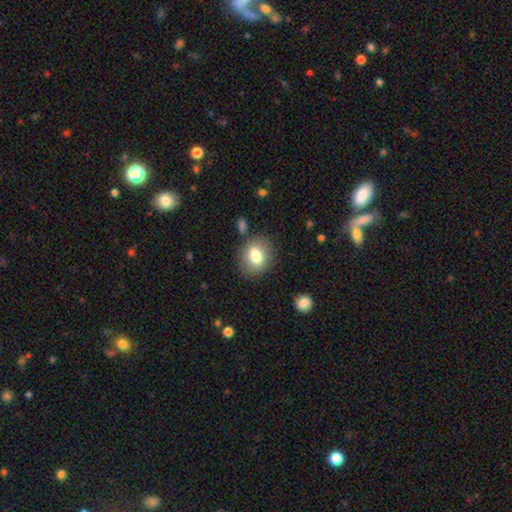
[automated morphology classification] A smooth galaxy with no disk features (77%) that is round (53%).

Vote fractions:
- Smooth or featured? smooth: 77% / featured or disk: 15% / star or artifact: 9%
- How rounded? round: 53% / in between: 46% / cigar-shaped: 1%
- Merging? none: 82% / minor disturbance: 11% / major disturbance: 4% / merger: 3%